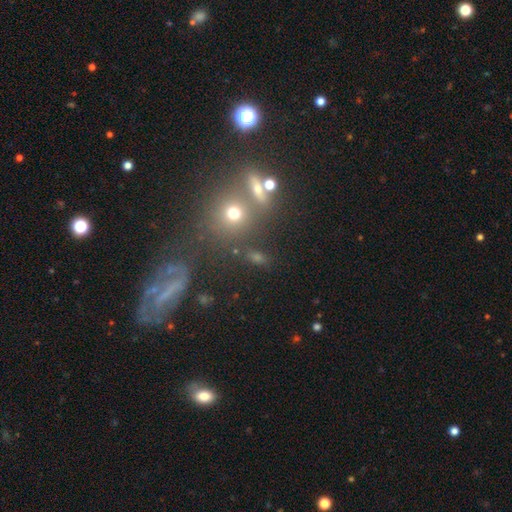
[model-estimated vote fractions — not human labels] Smooth or featured? smooth (41%)
Merging? none (64%)